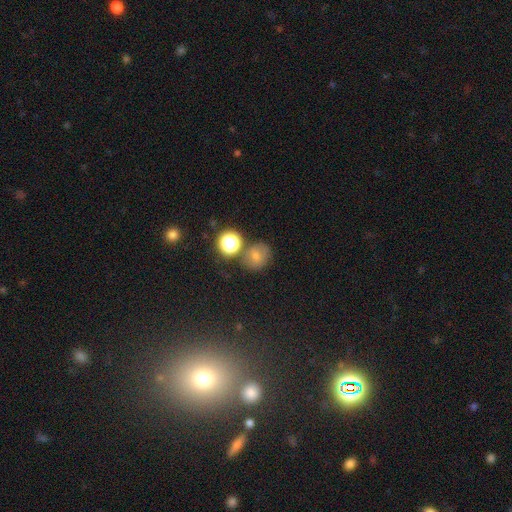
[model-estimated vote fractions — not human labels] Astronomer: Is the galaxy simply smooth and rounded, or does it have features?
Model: smooth — 55% (runner-up: star or artifact, 30%).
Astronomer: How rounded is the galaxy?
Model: round — 74%.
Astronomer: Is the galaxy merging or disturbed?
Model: none — 78%.